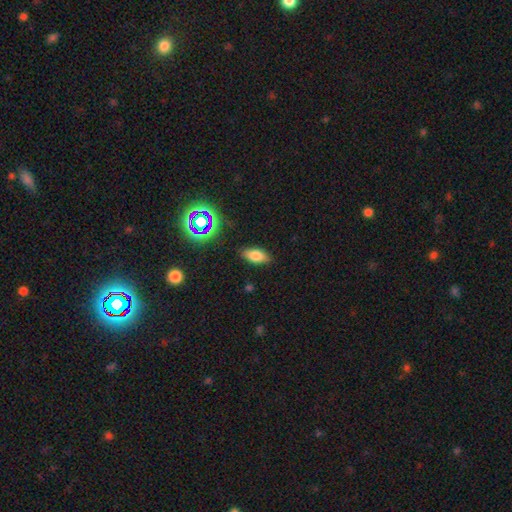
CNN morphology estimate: Smooth or featured? smooth (74%)
How rounded? in between (85%)
Merging? none (85%)